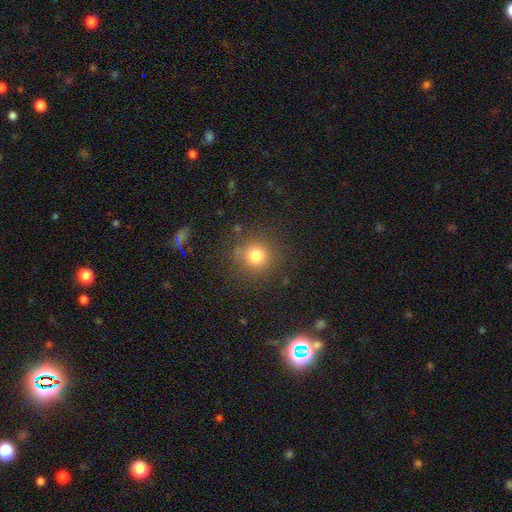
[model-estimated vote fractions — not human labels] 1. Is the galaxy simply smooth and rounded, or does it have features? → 78% smooth, 15% star or artifact, 7% featured or disk.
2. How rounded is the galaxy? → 92% round, 7% in between, 1% cigar-shaped.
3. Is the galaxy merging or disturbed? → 84% none, 10% minor disturbance, 4% major disturbance, 2% merger.